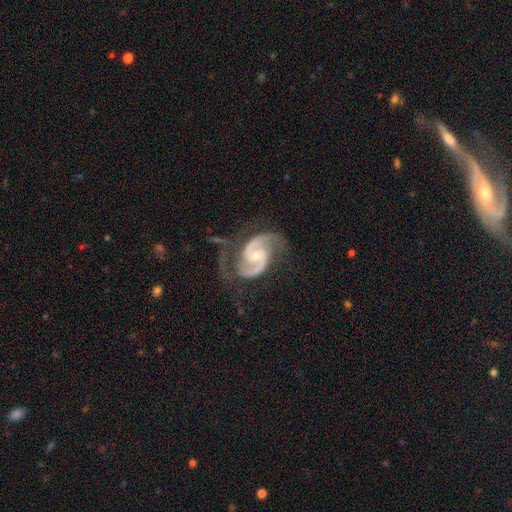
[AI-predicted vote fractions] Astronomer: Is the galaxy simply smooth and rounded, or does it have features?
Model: featured or disk — 92%.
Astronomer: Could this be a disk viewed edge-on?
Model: no — 98%.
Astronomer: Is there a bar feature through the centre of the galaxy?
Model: no — 53% (runner-up: weak, 38%).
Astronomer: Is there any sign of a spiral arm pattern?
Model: yes — 98%.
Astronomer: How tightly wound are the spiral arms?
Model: medium — 57%.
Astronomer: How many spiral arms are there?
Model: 2 — 92%.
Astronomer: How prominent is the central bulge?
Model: moderate — 49% (runner-up: small, 47%).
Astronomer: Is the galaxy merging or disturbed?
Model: none — 59%.